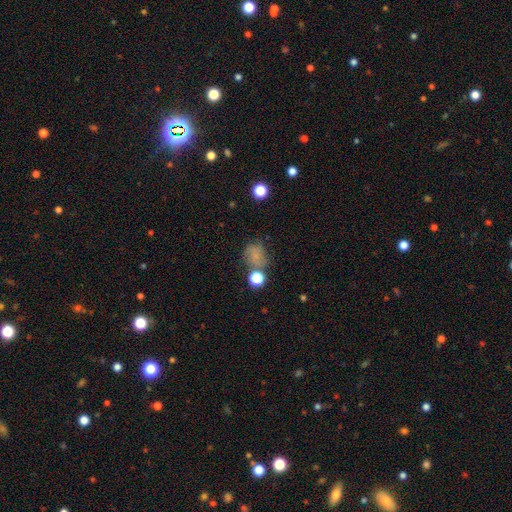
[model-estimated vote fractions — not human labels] The model was most divided on "how rounded": round: 61%, in between: 38%, cigar-shaped: 1%. More confident: smooth or featured — smooth (68%); merging — none (53%).